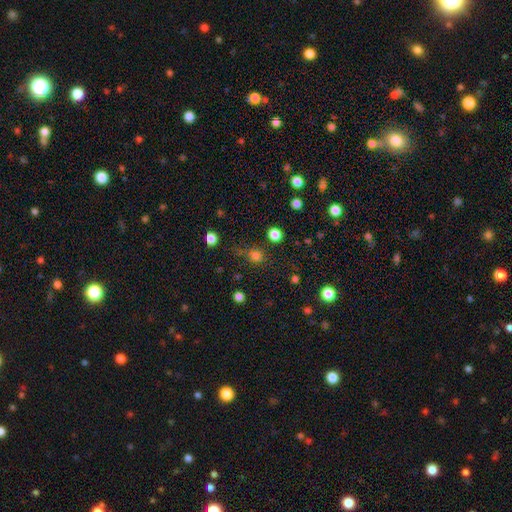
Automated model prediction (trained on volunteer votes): Q: Smooth or featured?
A: smooth (74%); runner-up: star or artifact (21%)
Q: How rounded?
A: round (86%); runner-up: in between (13%)
Q: Merging?
A: none (74%); runner-up: minor disturbance (14%)